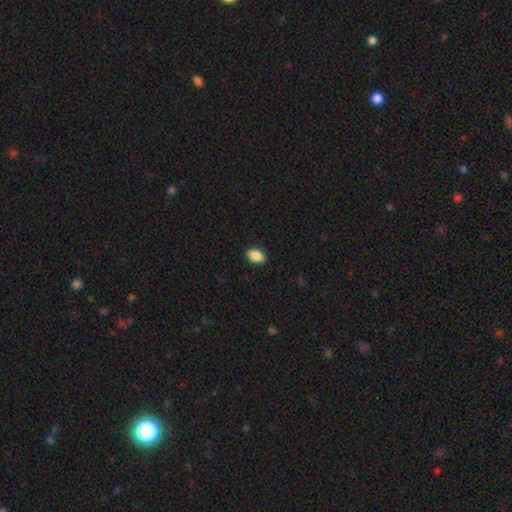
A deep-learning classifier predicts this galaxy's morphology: Overall: smooth (88%). How rounded: in between (87%). Merging: none (89%).